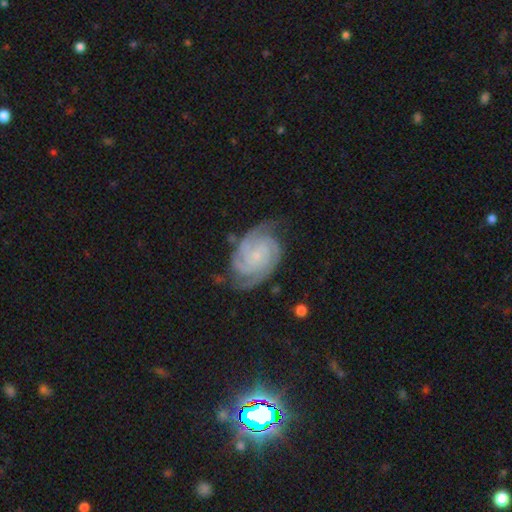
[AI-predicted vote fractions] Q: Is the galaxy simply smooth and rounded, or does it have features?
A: featured or disk — 91%.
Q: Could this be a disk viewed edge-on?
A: no — 98%.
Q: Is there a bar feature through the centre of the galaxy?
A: no — 70%.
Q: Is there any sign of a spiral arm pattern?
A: yes — 99%.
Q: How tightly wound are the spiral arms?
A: tight — 72%.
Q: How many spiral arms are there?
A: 2 — 35%.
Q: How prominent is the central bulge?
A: small — 78%.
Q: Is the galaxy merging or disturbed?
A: none — 74%.